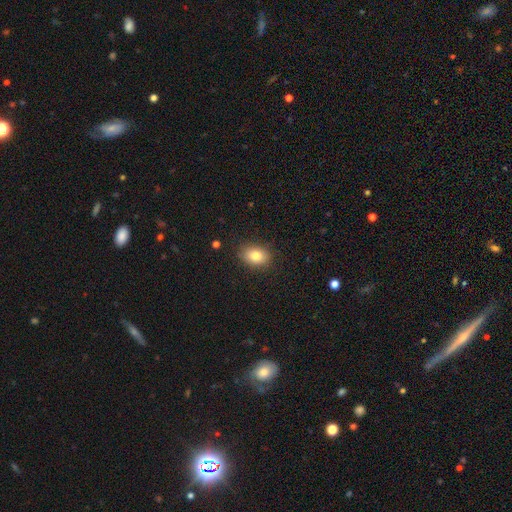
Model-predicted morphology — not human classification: Q: Smooth or featured?
A: smooth (81%); runner-up: featured or disk (9%)
Q: How rounded?
A: in between (76%); runner-up: round (23%)
Q: Merging?
A: none (85%); runner-up: minor disturbance (11%)